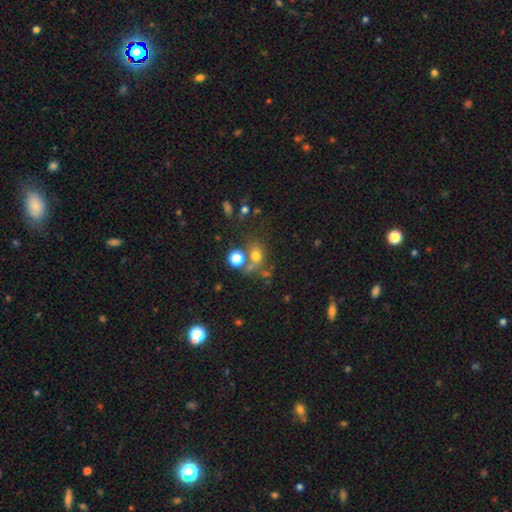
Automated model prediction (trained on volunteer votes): Morphology: type=smooth (66%); roundness=round (66%); merging=none (53%).